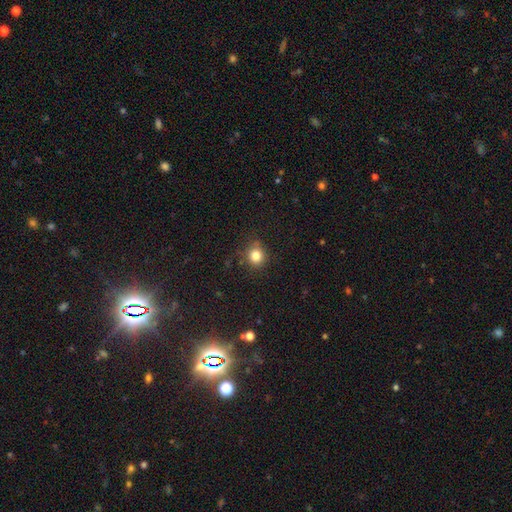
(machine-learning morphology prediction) Smooth or featured?
  - smooth: 82% *
  - star or artifact: 12%
  - featured or disk: 6%
How rounded?
  - round: 83% *
  - in between: 16%
  - cigar-shaped: 1%
Merging?
  - none: 79% *
  - minor disturbance: 15%
  - major disturbance: 4%
  - merger: 2%